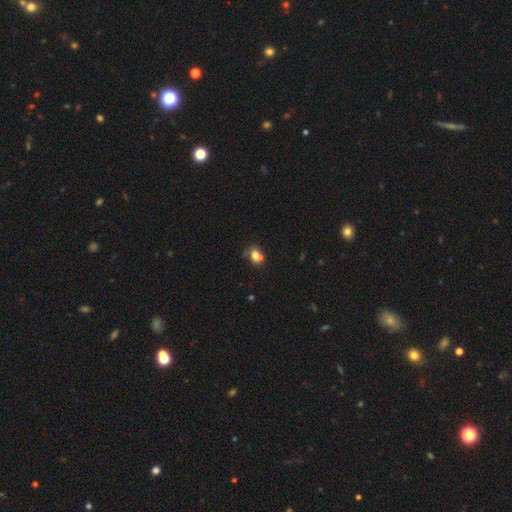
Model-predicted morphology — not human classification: Smooth or featured? smooth (74%)
How rounded? in between (52%)
Merging? none (43%)